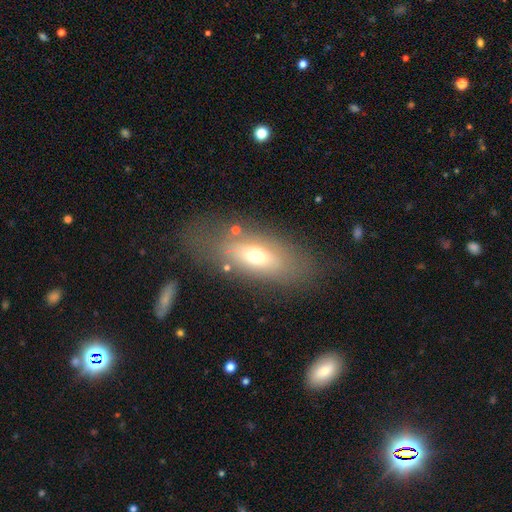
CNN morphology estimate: Smooth or featured? smooth (61%)
How rounded? in between (78%)
Merging? none (71%)